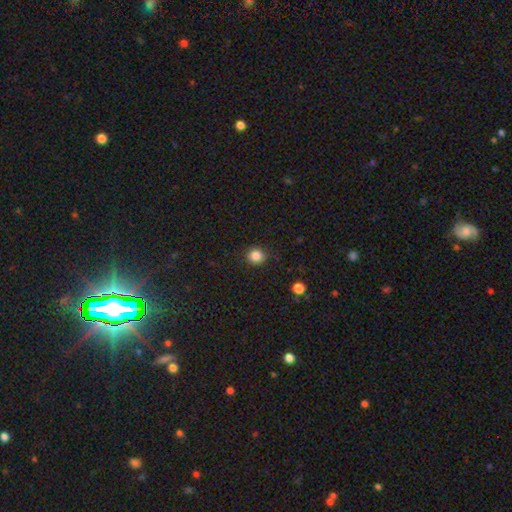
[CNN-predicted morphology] smooth-or-featured: smooth: 86% | star or artifact: 11% | featured or disk: 3%
  how-rounded: round: 89% | in between: 10% | cigar-shaped: 1%
  merging: none: 90% | minor disturbance: 7% | major disturbance: 2% | merger: 1%